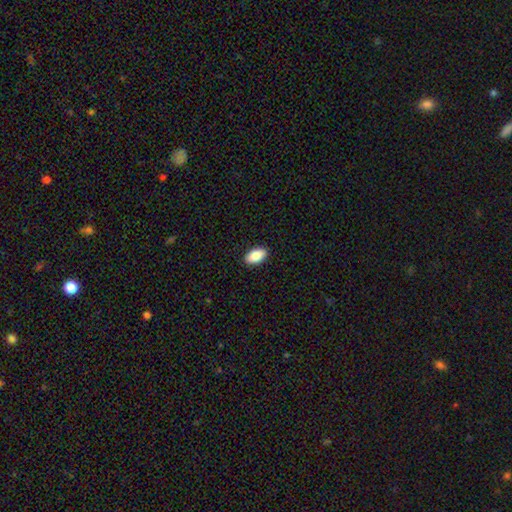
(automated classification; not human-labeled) This is clearly a smooth galaxy (88%). How rounded: clearly in between (94%). Merging: clearly none (90%).